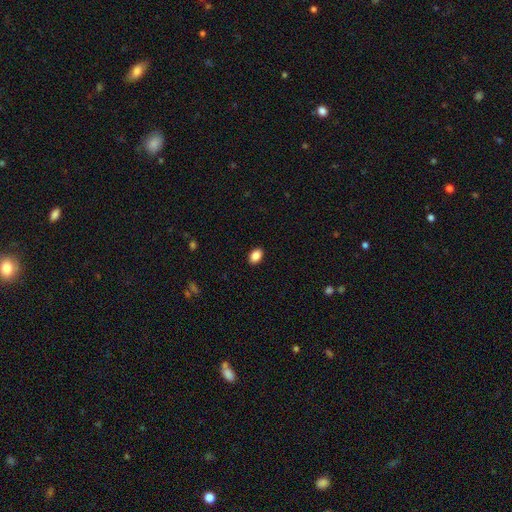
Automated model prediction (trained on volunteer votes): Smooth or featured? smooth (88%)
How rounded? in between (86%)
Merging? none (90%)